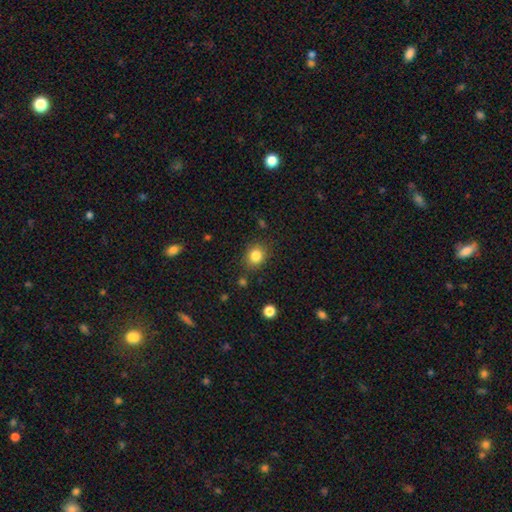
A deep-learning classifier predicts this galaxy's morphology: smooth_or_featured: smooth (p=0.84) [alt: star or artifact p=0.10]
how_rounded: round (p=0.67) [alt: in between p=0.32]
merging: none (p=0.82) [alt: minor disturbance p=0.12]